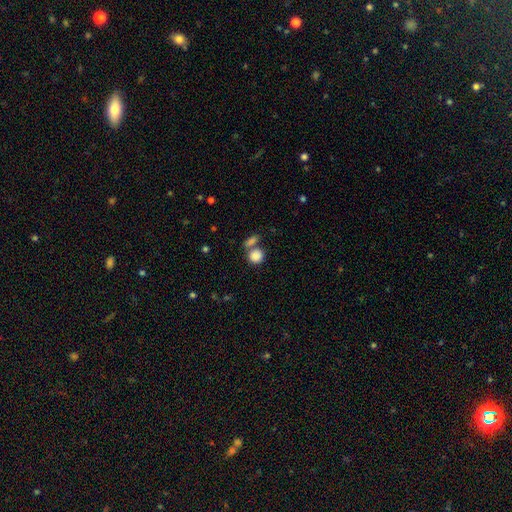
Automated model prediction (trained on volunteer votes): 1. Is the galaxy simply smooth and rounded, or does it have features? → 86% smooth, 8% star or artifact, 6% featured or disk.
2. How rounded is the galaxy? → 77% round, 21% in between, 1% cigar-shaped.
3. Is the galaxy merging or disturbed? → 51% none, 35% merger, 10% minor disturbance, 4% major disturbance.